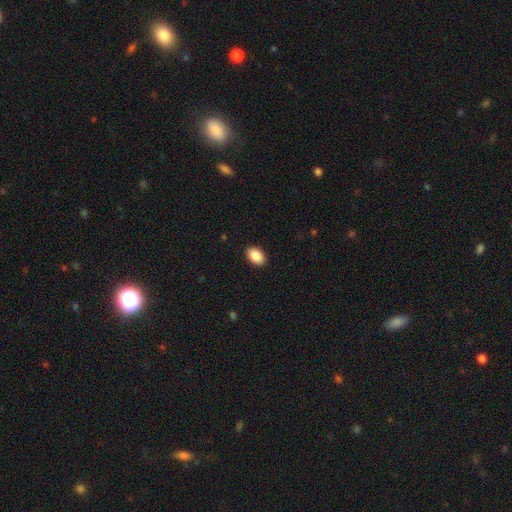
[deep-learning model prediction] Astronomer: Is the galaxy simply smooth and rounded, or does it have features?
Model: smooth — 90%.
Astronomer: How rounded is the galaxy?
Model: in between — 90%.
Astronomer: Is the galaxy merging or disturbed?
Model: none — 90%.